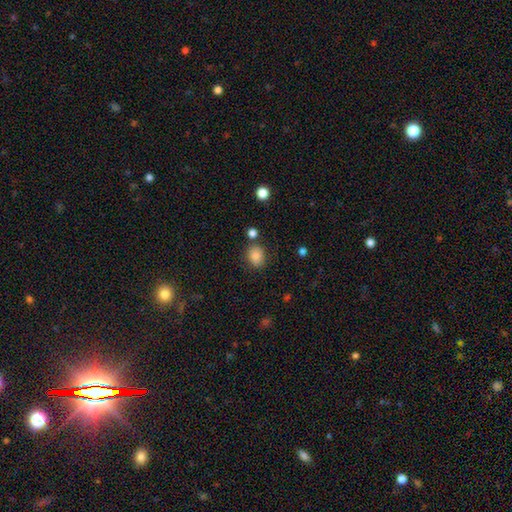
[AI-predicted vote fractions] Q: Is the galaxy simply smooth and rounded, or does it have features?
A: smooth — 84%.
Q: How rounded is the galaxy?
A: round — 57%.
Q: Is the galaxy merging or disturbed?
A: none — 78%.